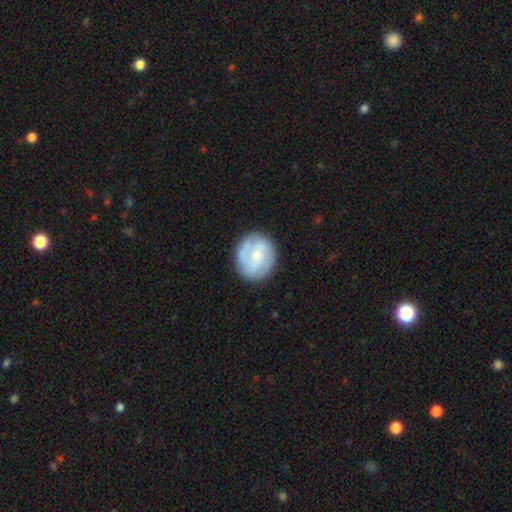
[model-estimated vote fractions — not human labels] The model was most divided on "bulge size": small: 51%, moderate: 37%, none: 7%, large: 4%, dominant: 1%. More confident: edge-on disk — no (98%); spiral arms — yes (83%); merging — none (81%); bar — no (60%); smooth or featured — featured or disk (56%).